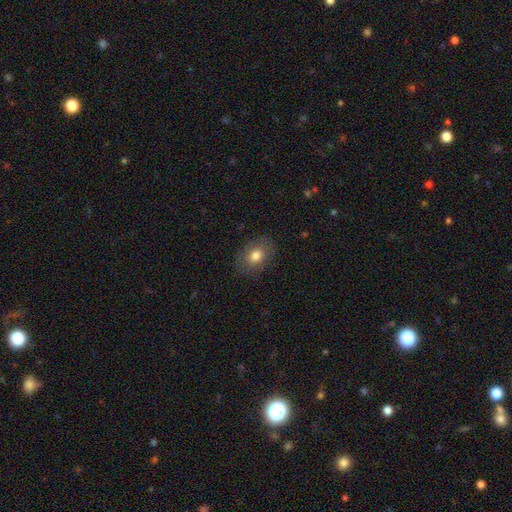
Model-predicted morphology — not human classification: Smooth or featured?
  - smooth: 77% *
  - featured or disk: 14%
  - star or artifact: 9%
How rounded?
  - in between: 72% *
  - round: 27%
  - cigar-shaped: 1%
Merging?
  - none: 84% *
  - minor disturbance: 12%
  - major disturbance: 4%
  - merger: 1%